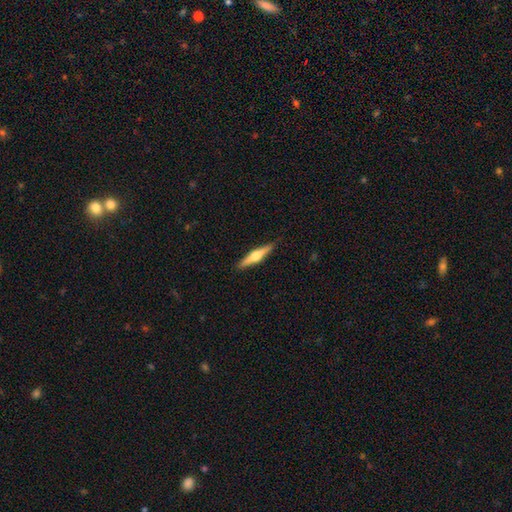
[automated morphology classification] A featured or disk galaxy (66%) viewed edge-on (98%) with a rounded central bulge (93%). Merging: none (91%).